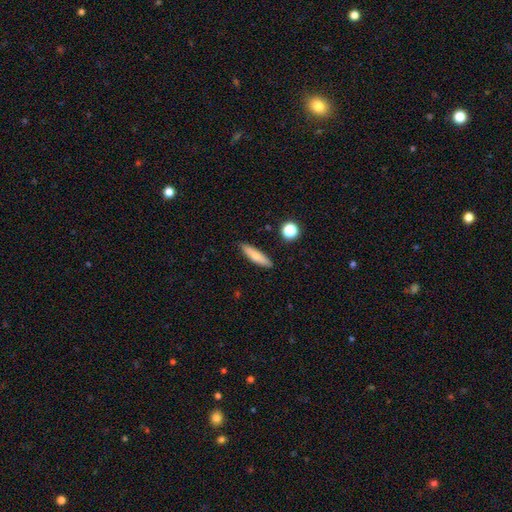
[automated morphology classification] smooth_or_featured: smooth (p=0.73) [alt: featured or disk p=0.20]
how_rounded: cigar-shaped (p=0.71) [alt: in between p=0.26]
merging: none (p=0.87) [alt: minor disturbance p=0.09]